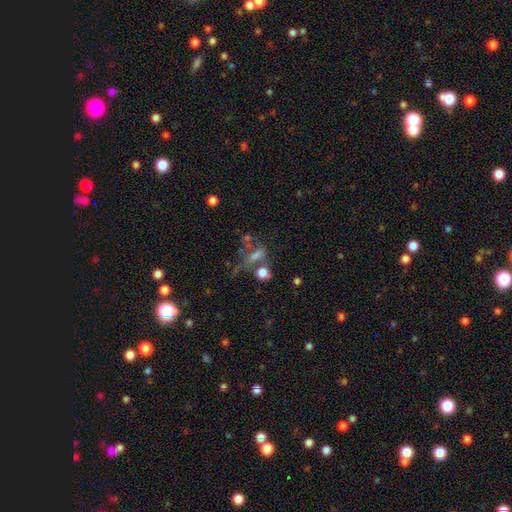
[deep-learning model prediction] Morphology: type=smooth (36%); merging=none (34%).